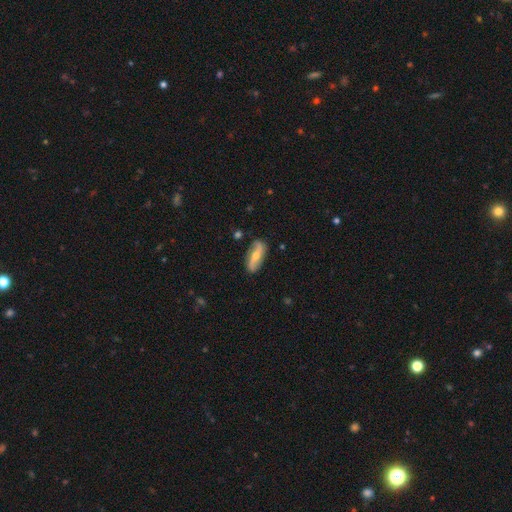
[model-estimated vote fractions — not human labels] smooth_or_featured: featured or disk (p=0.72) [alt: smooth p=0.22]
disk_edge_on: no (p=0.85) [alt: yes p=0.15]
bar: no (p=0.38) [alt: strong p=0.35]
has_spiral_arms: yes (p=0.87) [alt: no p=0.13]
spiral_winding: loose (p=0.67) [alt: medium p=0.21]
spiral_arm_count: 2 (p=0.91) [alt: can't tell p=0.04]
bulge_size: moderate (p=0.58) [alt: small p=0.37]
merging: none (p=0.83) [alt: minor disturbance p=0.13]